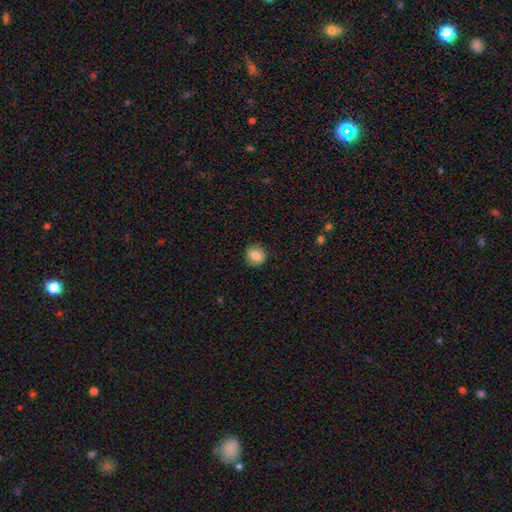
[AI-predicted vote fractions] smooth 83%, star or artifact 9%, featured or disk 9%. Down the decision tree: how rounded — round (82%); merging — none (86%).